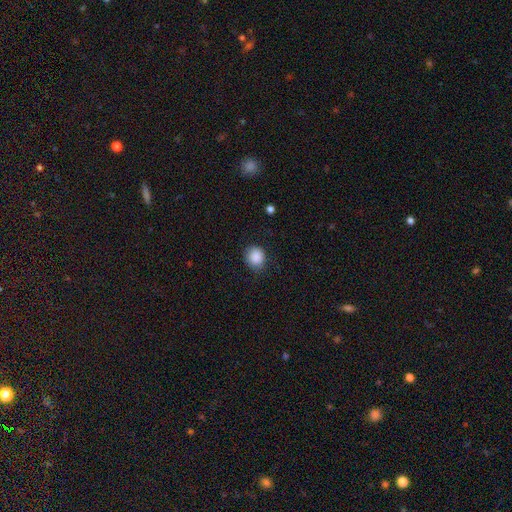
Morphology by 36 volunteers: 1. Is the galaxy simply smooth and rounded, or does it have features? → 92% smooth, 6% featured or disk, 3% star or artifact.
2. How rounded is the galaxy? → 70% round, 30% in between, 0% cigar-shaped.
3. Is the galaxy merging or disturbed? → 80% none, 14% minor disturbance, 6% major disturbance, 0% merger.